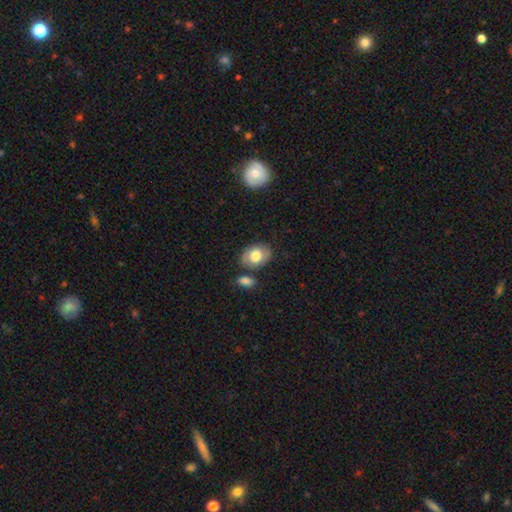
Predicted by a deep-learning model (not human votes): smooth-or-featured: smooth: 68% | featured or disk: 25% | star or artifact: 7%
  how-rounded: in between: 75% | round: 24% | cigar-shaped: 1%
  merging: none: 71% | minor disturbance: 17% | merger: 8% | major disturbance: 5%